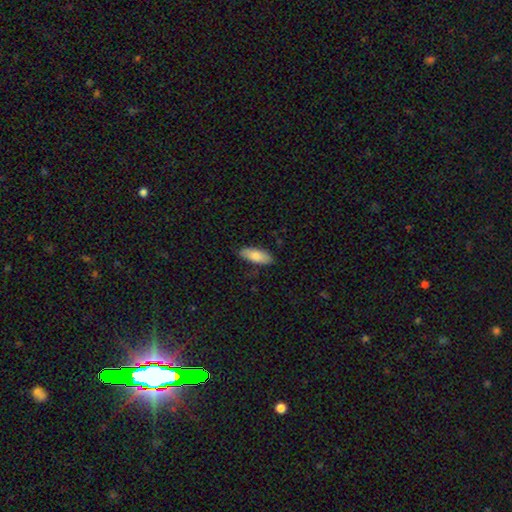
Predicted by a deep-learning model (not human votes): A smooth galaxy with no disk features (81%) that is in between round and cigar-shaped (74%). Merging: none (84%).